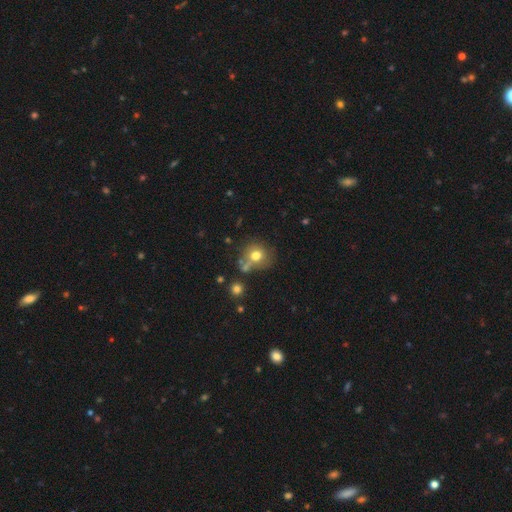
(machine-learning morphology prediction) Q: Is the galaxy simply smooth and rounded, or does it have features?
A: smooth — 72%.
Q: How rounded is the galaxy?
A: round — 82%.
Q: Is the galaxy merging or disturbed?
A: none — 54%.